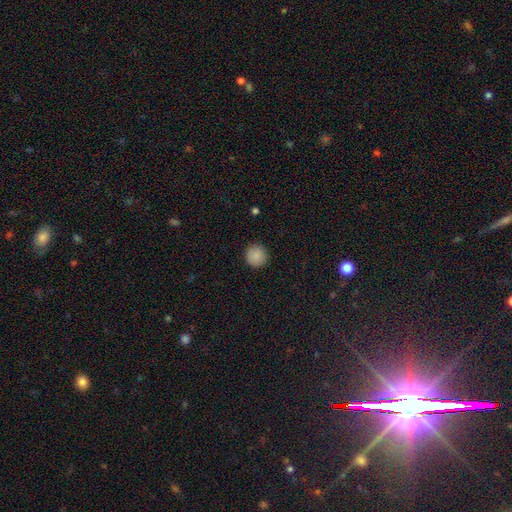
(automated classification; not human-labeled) This appears to be a smooth galaxy with no disk features (88%) that is round (95%). Merging: none (91%).